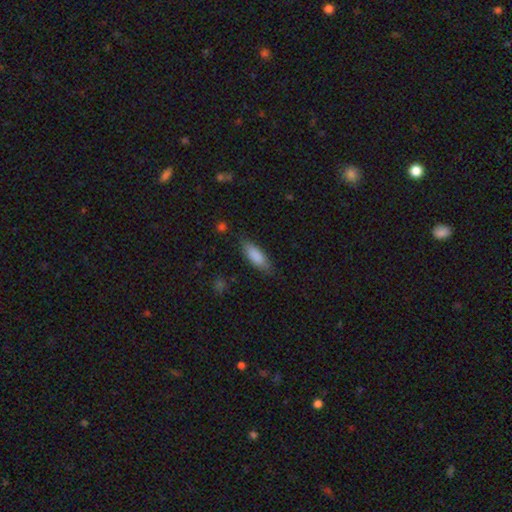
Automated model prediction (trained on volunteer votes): This appears to be a smooth galaxy with no disk features (86%) that is in between round and cigar-shaped (67%). Merging: none (79%).